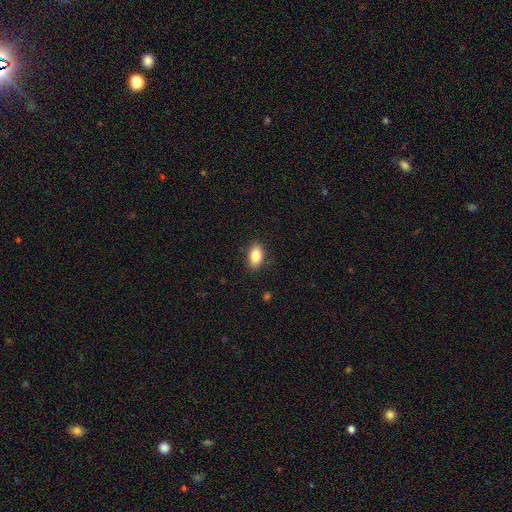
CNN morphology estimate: Smooth or featured: smooth — 86% (star or artifact — 8%)
How rounded: in between — 90% (round — 8%)
Merging: none — 88% (minor disturbance — 9%)